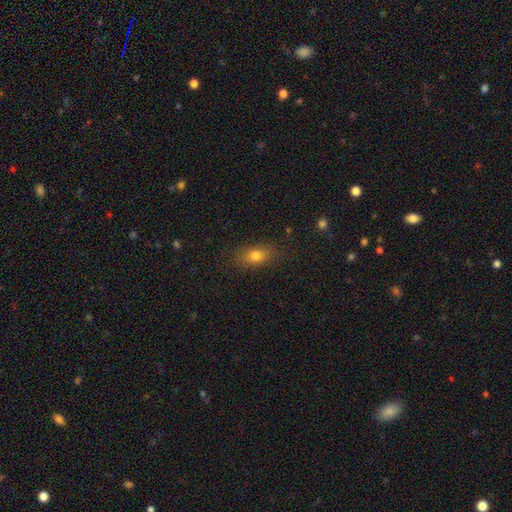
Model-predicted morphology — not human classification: Smooth or featured? smooth (77%)
How rounded? in between (77%)
Merging? none (81%)